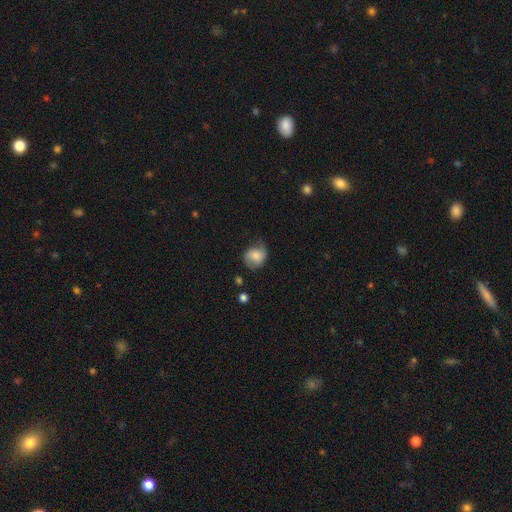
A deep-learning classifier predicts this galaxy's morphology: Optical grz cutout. It shows a smooth galaxy with no disk features (65%) that is round (63%). Merging: none (54%).